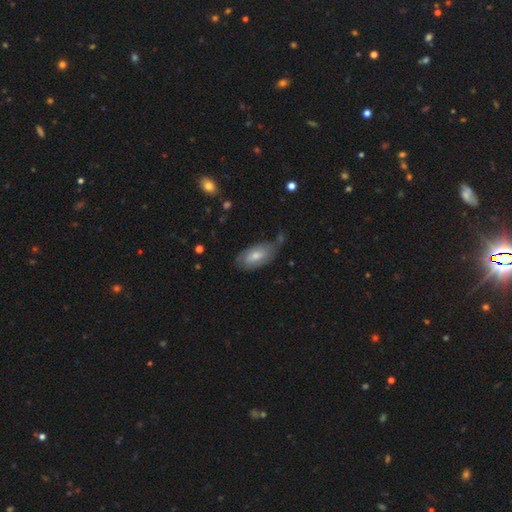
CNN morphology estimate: smooth-or-featured: smooth: 57% | featured or disk: 36% | star or artifact: 6%
  how-rounded: in between: 91% | cigar-shaped: 5% | round: 4%
  merging: none: 48% | minor disturbance: 32% | major disturbance: 13% | merger: 7%